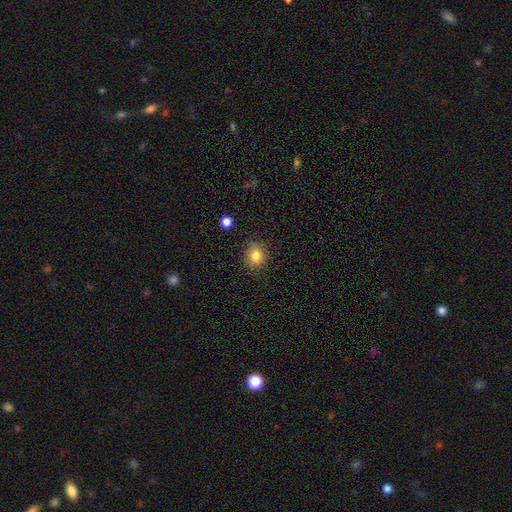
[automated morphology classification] Overall: smooth (84%). How rounded: round (67%; in between 32%). Merging: none (83%).